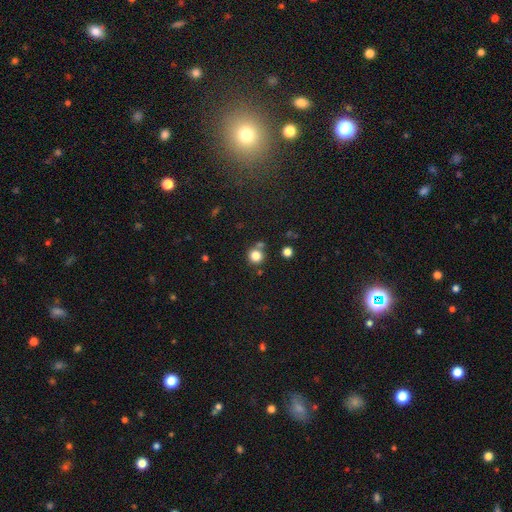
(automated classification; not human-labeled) Overall: smooth (82%). How rounded: round (91%). Merging: none (71%).